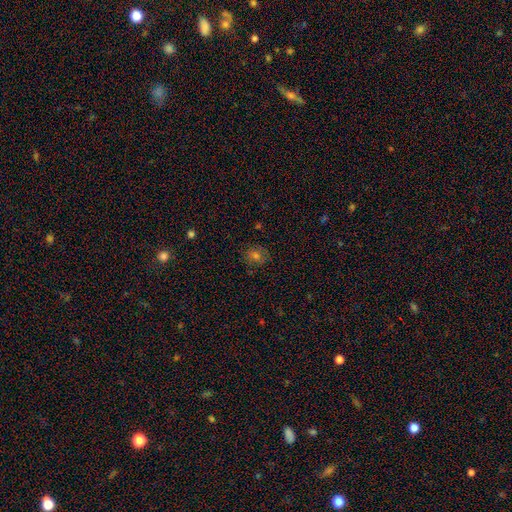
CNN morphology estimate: A smooth galaxy with no disk features (58%) that is round (75%). Merging: none (82%).